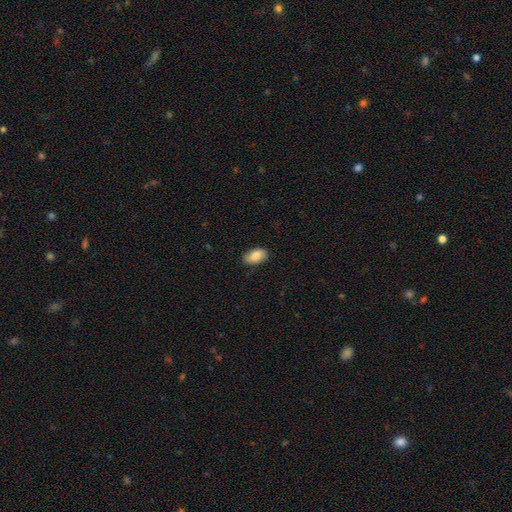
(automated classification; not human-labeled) Morphology: type=smooth (83%); roundness=in between (93%); merging=none (83%).